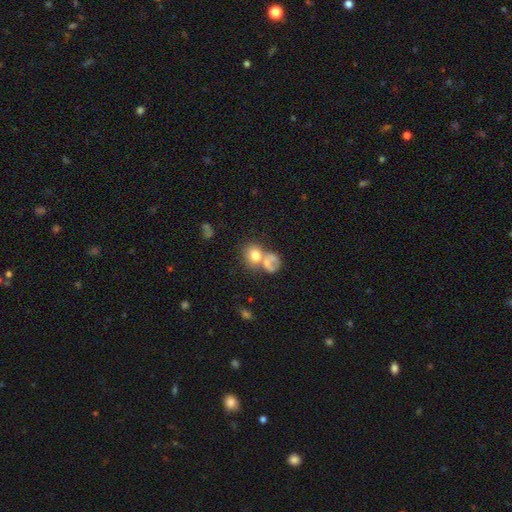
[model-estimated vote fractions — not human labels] The model was most divided on "how rounded": round: 63%, in between: 36%, cigar-shaped: 1%. More confident: smooth or featured — smooth (71%); merging — merger (56%).